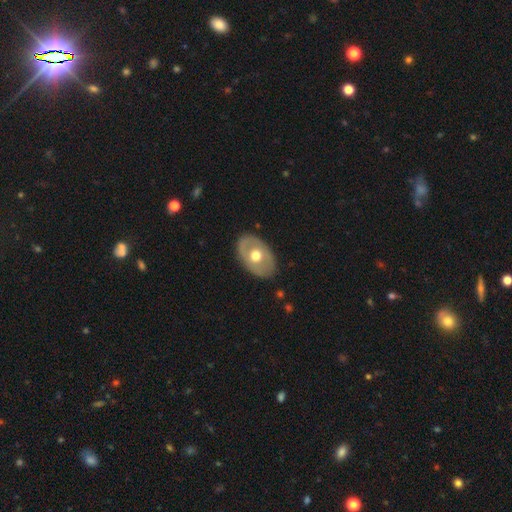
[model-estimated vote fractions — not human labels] Q: Smooth or featured?
A: featured or disk (51%); runner-up: smooth (44%)
Q: Edge-on disk?
A: no (89%); runner-up: yes (11%)
Q: Merging?
A: none (83%); runner-up: minor disturbance (12%)